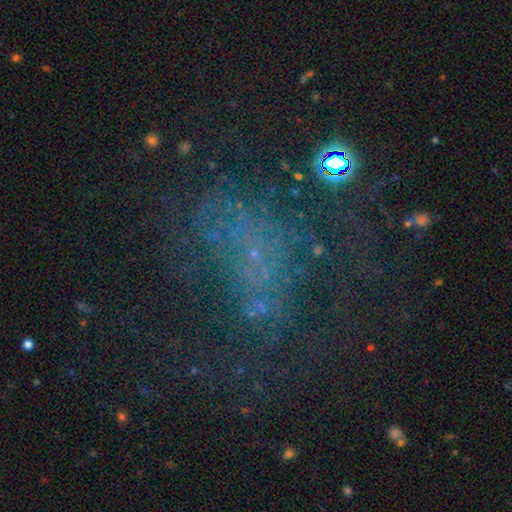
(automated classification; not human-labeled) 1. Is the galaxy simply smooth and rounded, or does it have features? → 40% featured or disk, 37% star or artifact, 23% smooth.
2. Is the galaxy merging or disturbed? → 38% major disturbance (tied), 38% none (tied), 16% minor disturbance, 8% merger.